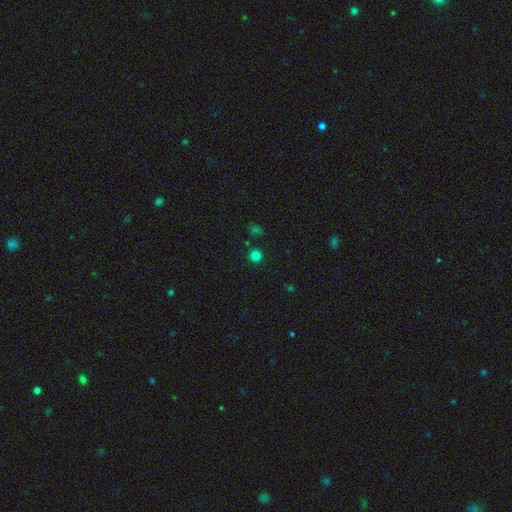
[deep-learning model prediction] The model was most divided on "smooth or featured": smooth: 80%, star or artifact: 16%, featured or disk: 4%. More confident: how rounded — round (94%); merging — none (89%).